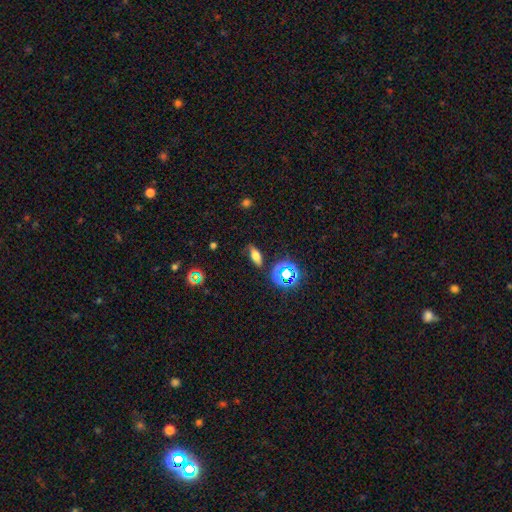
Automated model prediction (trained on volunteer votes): The model was most divided on "smooth or featured": smooth: 61%, star or artifact: 21%, featured or disk: 18%. More confident: merging — none (78%); how rounded — in between (69%).